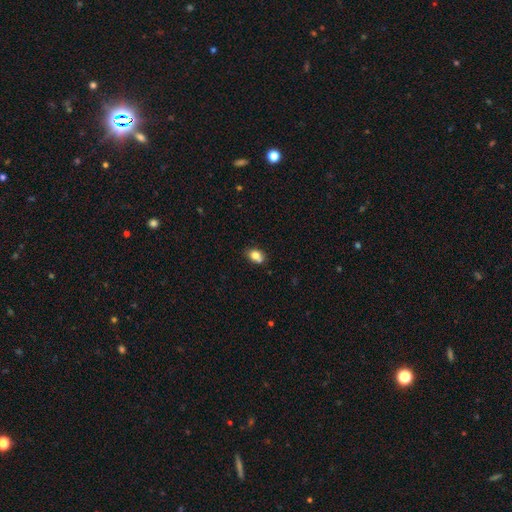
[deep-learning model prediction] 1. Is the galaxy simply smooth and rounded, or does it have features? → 79% smooth, 11% featured or disk, 10% star or artifact.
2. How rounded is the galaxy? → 66% in between, 33% round, 1% cigar-shaped.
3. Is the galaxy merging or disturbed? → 63% none, 17% minor disturbance, 15% merger, 4% major disturbance.